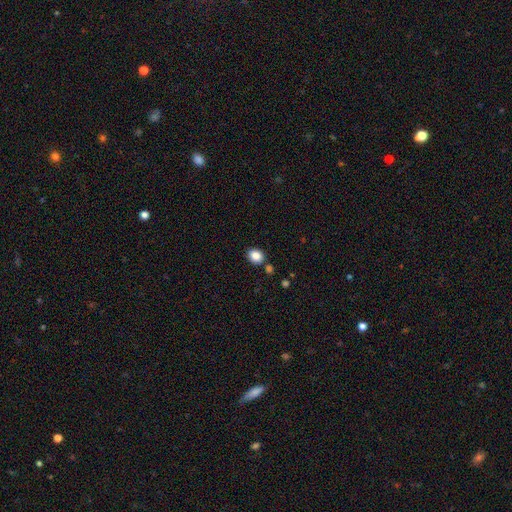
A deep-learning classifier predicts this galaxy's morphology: smooth_or_featured: smooth (p=0.86) [alt: star or artifact p=0.10]
how_rounded: round (p=0.56) [alt: in between p=0.43]
merging: none (p=0.81) [alt: minor disturbance p=0.10]